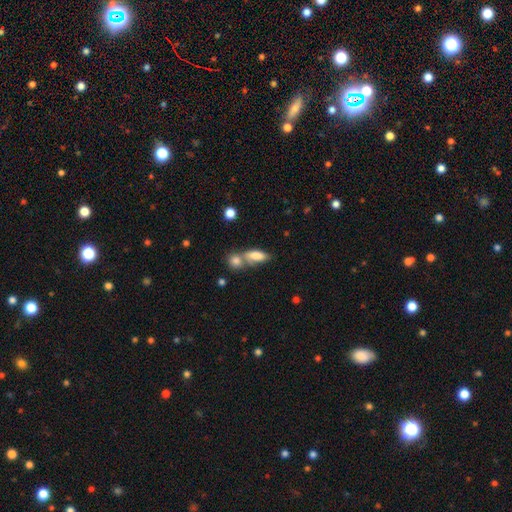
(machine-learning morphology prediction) smooth_or_featured: smooth (p=0.81) [alt: featured or disk p=0.11]
how_rounded: in between (p=0.77) [alt: cigar-shaped p=0.19]
merging: merger (p=0.43) [alt: none p=0.40]